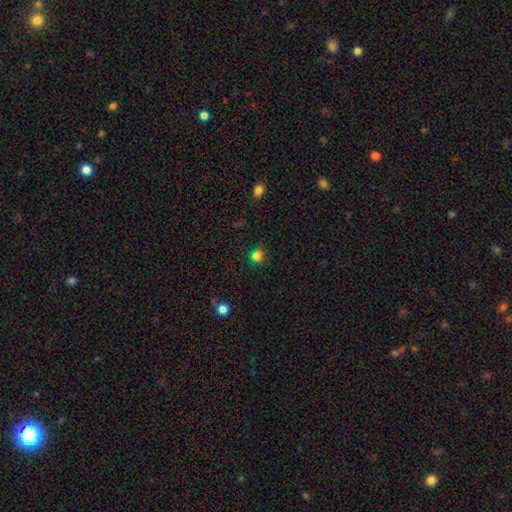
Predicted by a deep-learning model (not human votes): Morphology: type=smooth (65%); roundness=round (65%); merging=none (71%).